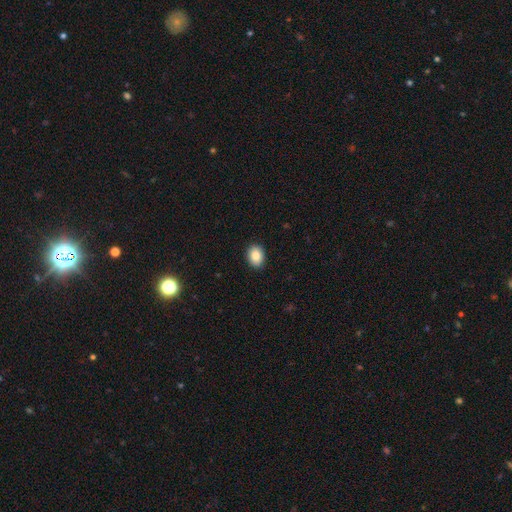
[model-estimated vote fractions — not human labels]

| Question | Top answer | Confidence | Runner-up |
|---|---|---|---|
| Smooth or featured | smooth | 86% | star or artifact (8%) |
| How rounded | in between | 64% | round (35%) |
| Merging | none | 90% | minor disturbance (7%) |